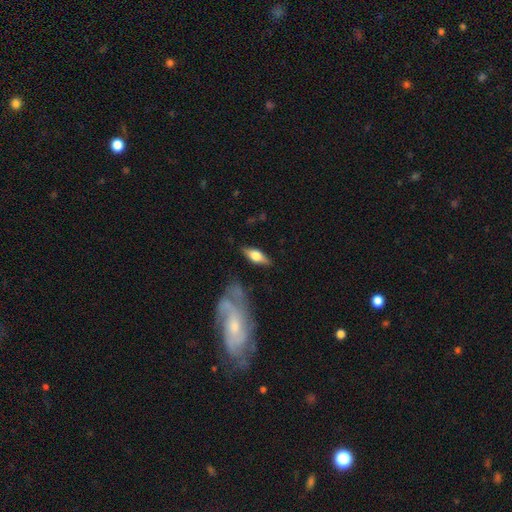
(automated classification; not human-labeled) Smooth or featured: smooth — 47% (featured or disk — 46%)
Merging: none — 79% (minor disturbance — 13%)